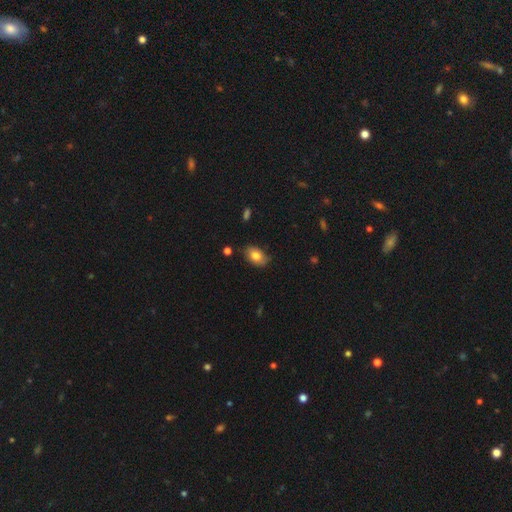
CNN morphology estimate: The model was most divided on "merging": none: 78%, minor disturbance: 18%, major disturbance: 3%, merger: 2%. More confident: how rounded — in between (89%); smooth or featured — smooth (79%).